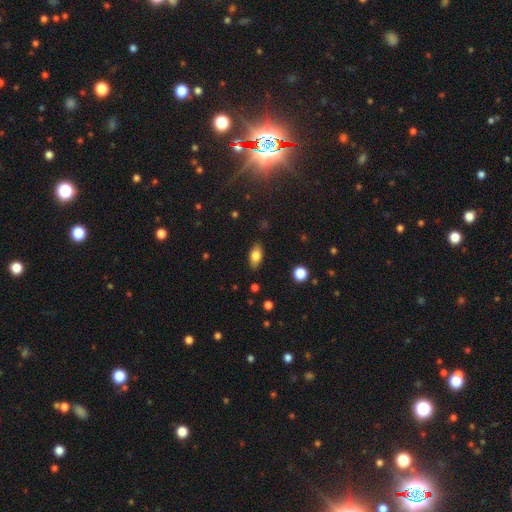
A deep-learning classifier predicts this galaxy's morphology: Q: Smooth or featured?
A: smooth (77%); runner-up: featured or disk (15%)
Q: How rounded?
A: in between (88%); runner-up: cigar-shaped (6%)
Q: Merging?
A: none (85%); runner-up: minor disturbance (11%)